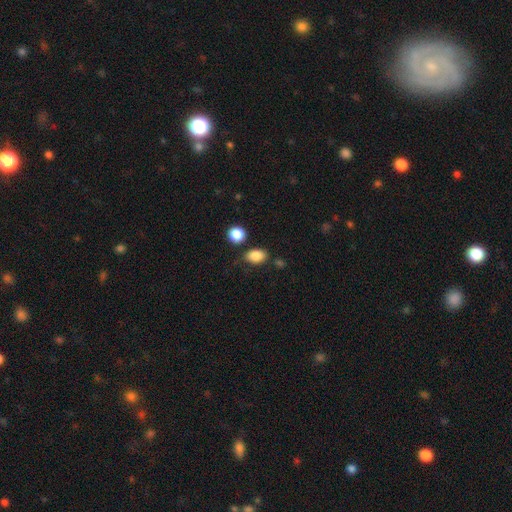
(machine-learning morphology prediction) smooth 86%, star or artifact 9%, featured or disk 5%. Down the decision tree: how rounded — in between (79%); merging — none (74%).